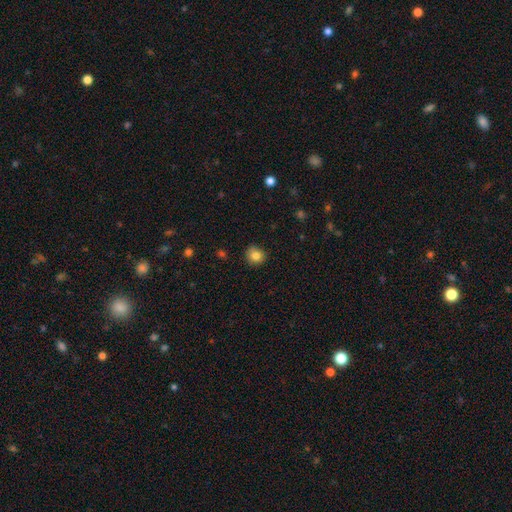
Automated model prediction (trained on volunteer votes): Q: Smooth or featured?
A: smooth (83%); runner-up: star or artifact (10%)
Q: How rounded?
A: round (86%); runner-up: in between (13%)
Q: Merging?
A: none (84%); runner-up: minor disturbance (12%)